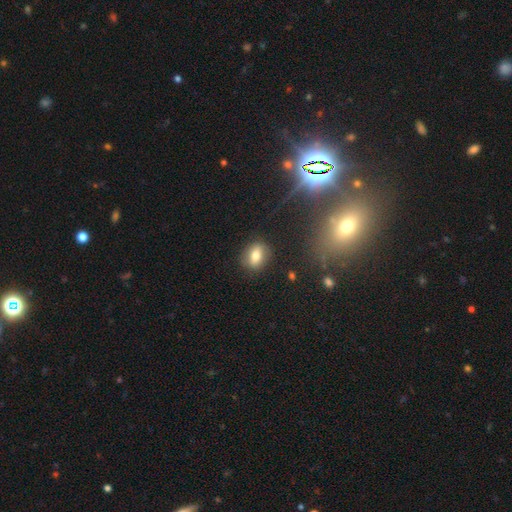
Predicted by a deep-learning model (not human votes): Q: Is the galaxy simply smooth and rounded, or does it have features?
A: smooth — 70%.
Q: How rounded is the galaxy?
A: in between — 57%.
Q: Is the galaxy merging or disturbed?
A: none — 86%.